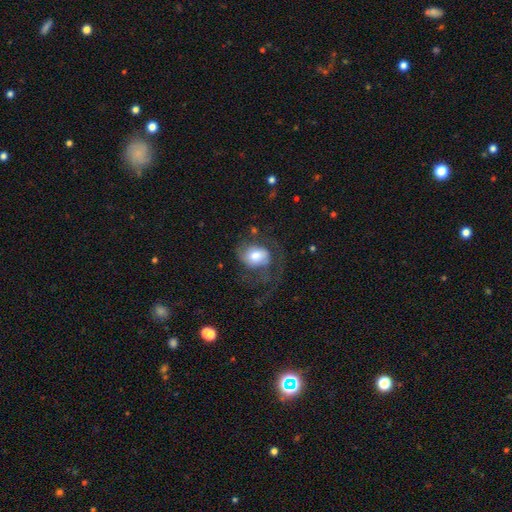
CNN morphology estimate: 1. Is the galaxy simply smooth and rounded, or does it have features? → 51% featured or disk, 41% smooth, 8% star or artifact.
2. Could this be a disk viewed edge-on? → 97% no, 3% yes.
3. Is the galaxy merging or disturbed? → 43% major disturbance, 37% none, 18% minor disturbance, 2% merger.